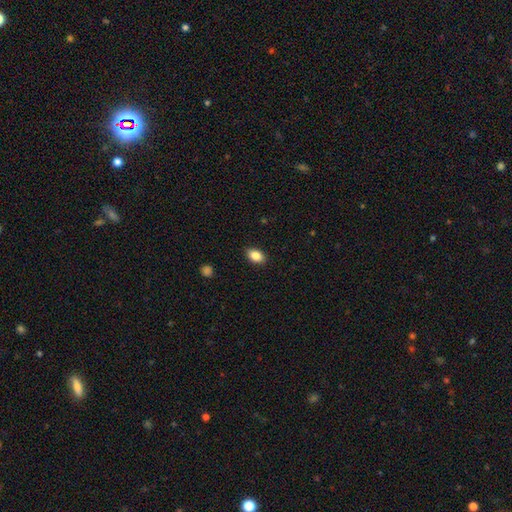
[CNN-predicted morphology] Q: Smooth or featured?
A: smooth (86%); runner-up: star or artifact (8%)
Q: How rounded?
A: in between (87%); runner-up: round (11%)
Q: Merging?
A: none (87%); runner-up: minor disturbance (10%)